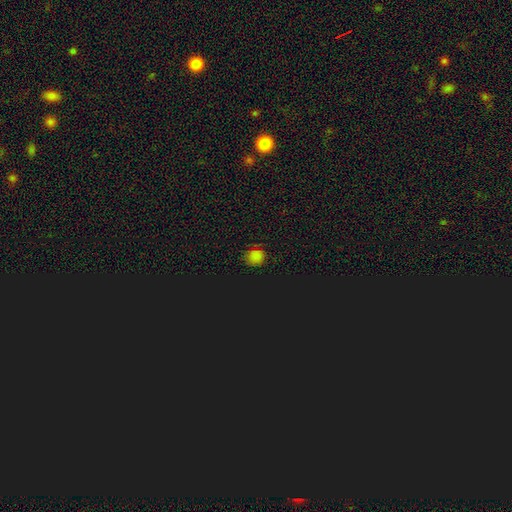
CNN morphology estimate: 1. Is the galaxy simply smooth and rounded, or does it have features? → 60% smooth, 35% star or artifact, 5% featured or disk.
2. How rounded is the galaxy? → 82% round, 16% in between, 1% cigar-shaped.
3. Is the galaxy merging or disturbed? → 83% none, 12% minor disturbance, 3% major disturbance, 2% merger.